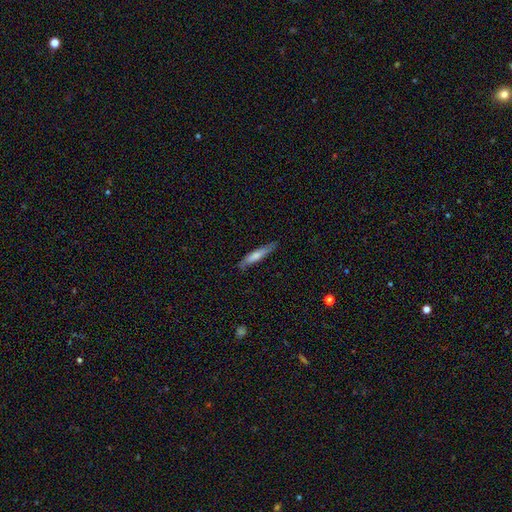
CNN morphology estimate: Overall: smooth (64%; featured or disk 31%). How rounded: cigar-shaped (88%). Merging: none (82%).